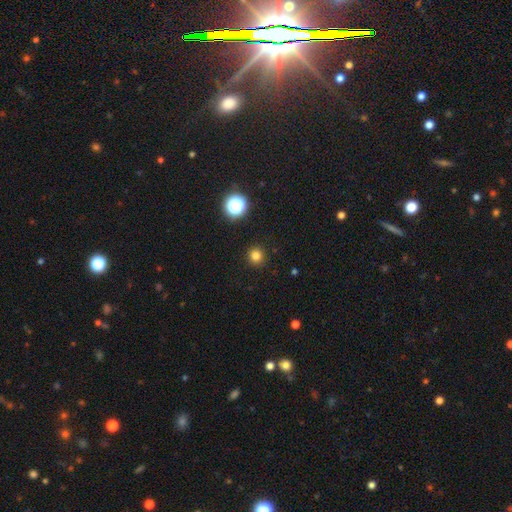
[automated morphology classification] smooth_or_featured: smooth (p=0.80) [alt: star or artifact p=0.16]
how_rounded: round (p=0.95) [alt: in between p=0.04]
merging: none (p=0.93) [alt: minor disturbance p=0.04]